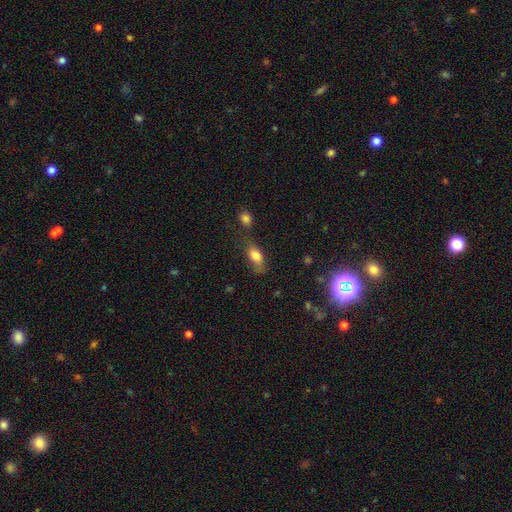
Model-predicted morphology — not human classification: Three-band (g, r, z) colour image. It shows a smooth galaxy with no disk features (78%) that is in between round and cigar-shaped (83%). Merging: none (52%).